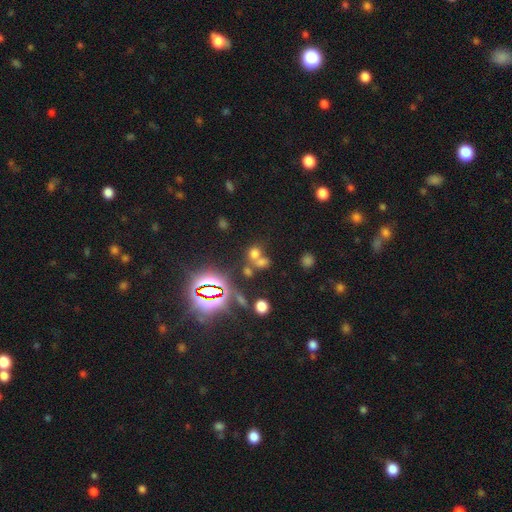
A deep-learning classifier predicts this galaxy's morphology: A smooth galaxy with no disk features (52%) that is round (66%).

Vote fractions:
- Smooth or featured? smooth: 52% / star or artifact: 36% / featured or disk: 12%
- How rounded? round: 66% / in between: 32% / cigar-shaped: 2%
- Merging? merger: 47% / none: 39% / minor disturbance: 8% / major disturbance: 6%